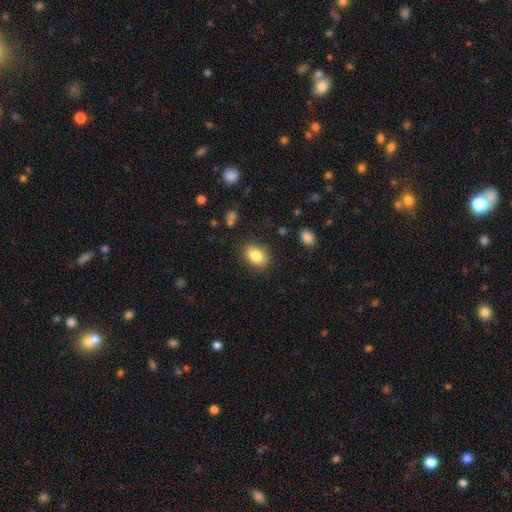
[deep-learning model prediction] smooth_or_featured: smooth (p=0.84) [alt: star or artifact p=0.08]
how_rounded: in between (p=0.73) [alt: round p=0.26]
merging: none (p=0.86) [alt: minor disturbance p=0.10]